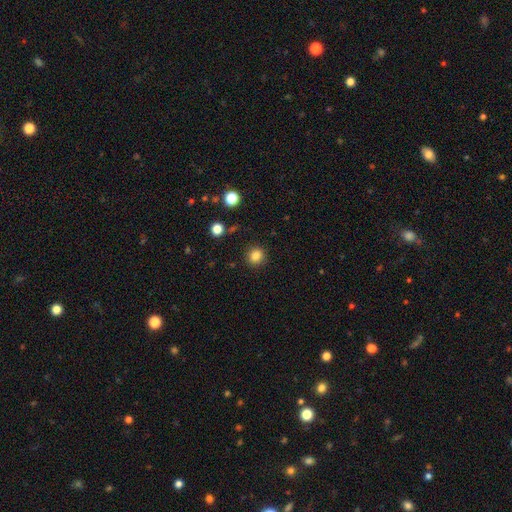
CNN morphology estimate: This appears to be a smooth galaxy with no disk features (84%) that is round (84%). Merging: none (89%).